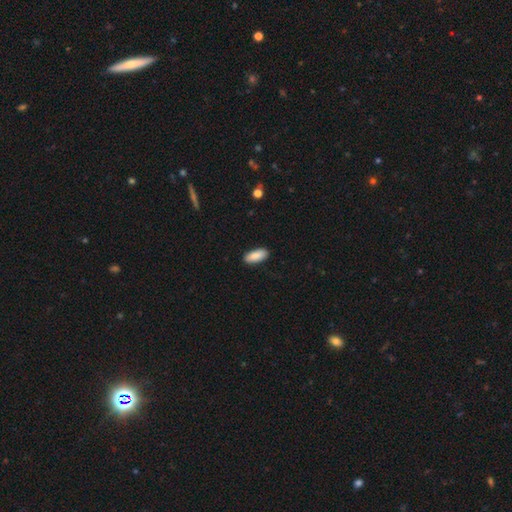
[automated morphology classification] A smooth galaxy with no disk features (88%) that is in between round and cigar-shaped (84%). Merging: none (89%).